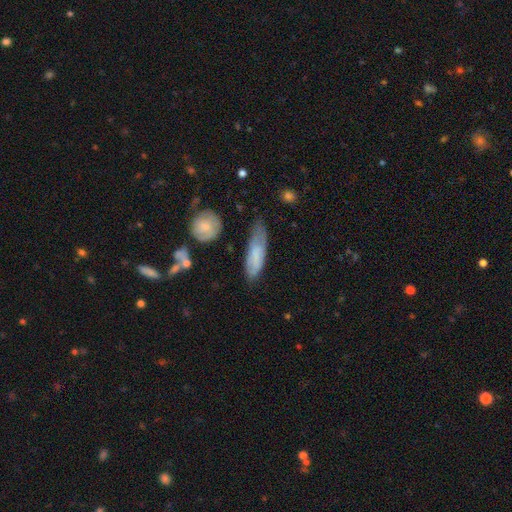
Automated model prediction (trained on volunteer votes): Smooth or featured? smooth (70%)
How rounded? cigar-shaped (49%)
Merging? none (55%)